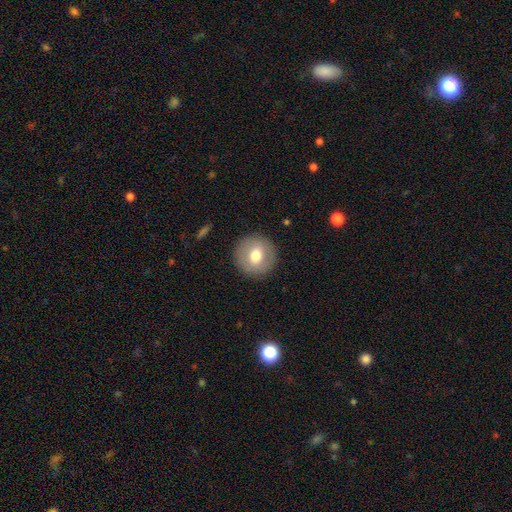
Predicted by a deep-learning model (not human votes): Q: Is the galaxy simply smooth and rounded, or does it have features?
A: smooth — 69%.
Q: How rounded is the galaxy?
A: round — 93%.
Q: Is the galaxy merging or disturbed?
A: none — 90%.